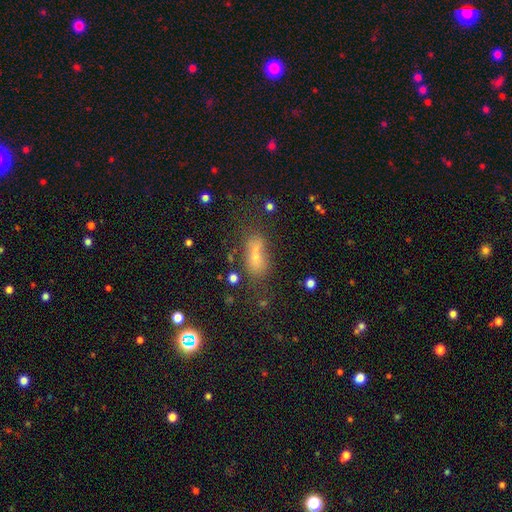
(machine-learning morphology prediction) This is possibly a smooth galaxy (59%). How rounded: likely in between (73%). Merging: marginally none (42%).